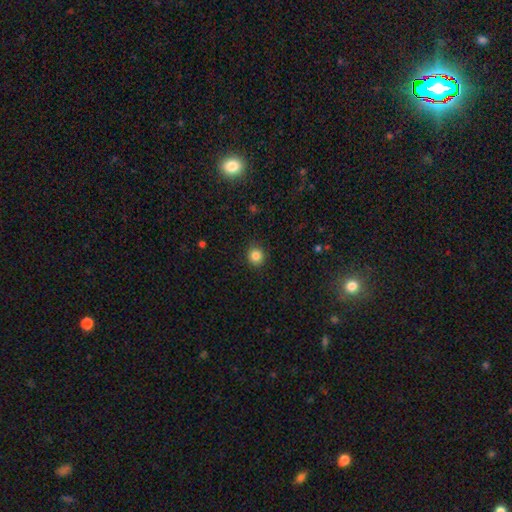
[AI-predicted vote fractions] smooth_or_featured: smooth (p=0.85) [alt: star or artifact p=0.11]
how_rounded: round (p=0.89) [alt: in between p=0.10]
merging: none (p=0.89) [alt: minor disturbance p=0.08]